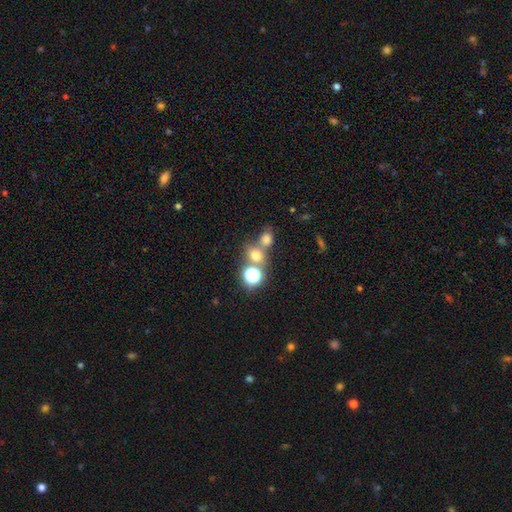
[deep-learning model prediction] A smooth galaxy with no disk features (66%) that is round (69%). Merging: none (48%).